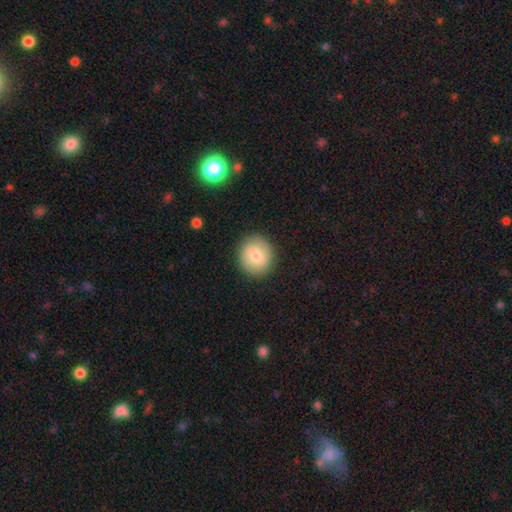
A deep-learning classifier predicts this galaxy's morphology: The model was most divided on "smooth or featured": smooth: 73%, featured or disk: 20%, star or artifact: 7%. More confident: merging — none (88%); how rounded — round (85%).